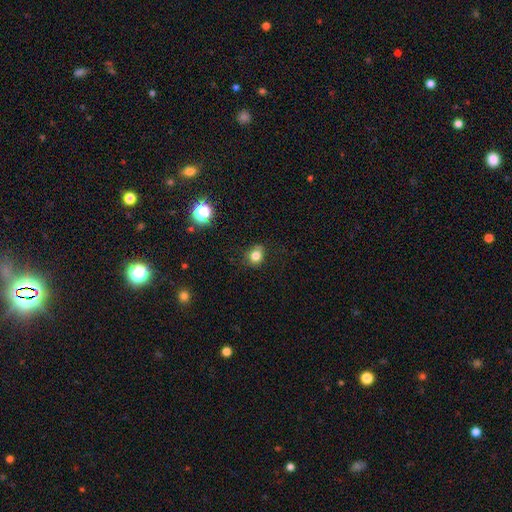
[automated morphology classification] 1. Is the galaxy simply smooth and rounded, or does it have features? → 79% smooth, 13% star or artifact, 8% featured or disk.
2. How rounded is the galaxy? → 65% round, 34% in between, 1% cigar-shaped.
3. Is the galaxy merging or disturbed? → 69% none, 23% minor disturbance, 6% major disturbance, 3% merger.